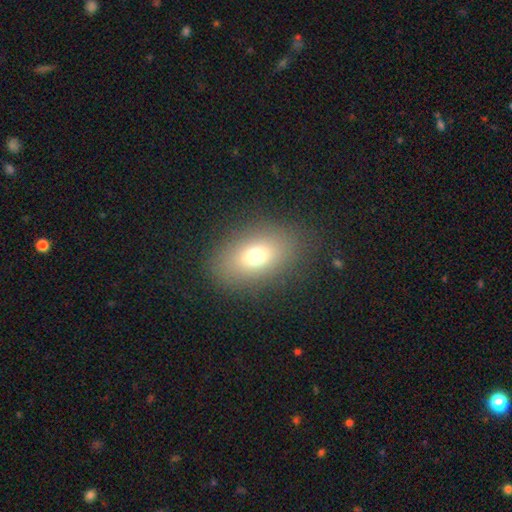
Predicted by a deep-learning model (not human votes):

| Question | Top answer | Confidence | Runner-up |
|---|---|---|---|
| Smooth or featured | smooth | 72% | featured or disk (15%) |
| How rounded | in between | 82% | round (16%) |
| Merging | none | 85% | minor disturbance (9%) |